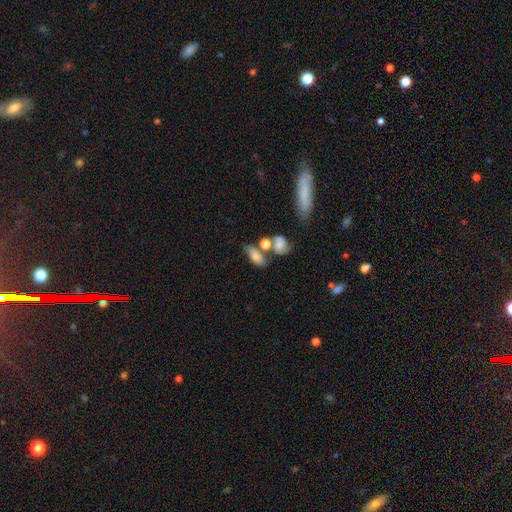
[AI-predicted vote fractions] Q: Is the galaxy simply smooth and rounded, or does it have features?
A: smooth — 75%.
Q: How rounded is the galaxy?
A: in between — 79%.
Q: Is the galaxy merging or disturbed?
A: none — 42%.